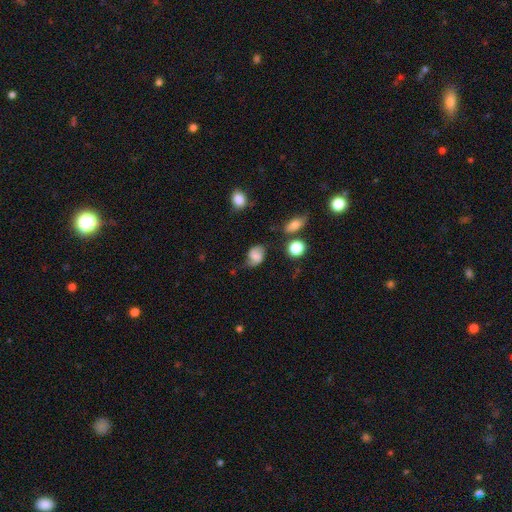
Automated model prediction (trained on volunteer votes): Q: Smooth or featured?
A: smooth (45%); runner-up: featured or disk (43%)
Q: Merging?
A: none (64%); runner-up: minor disturbance (24%)